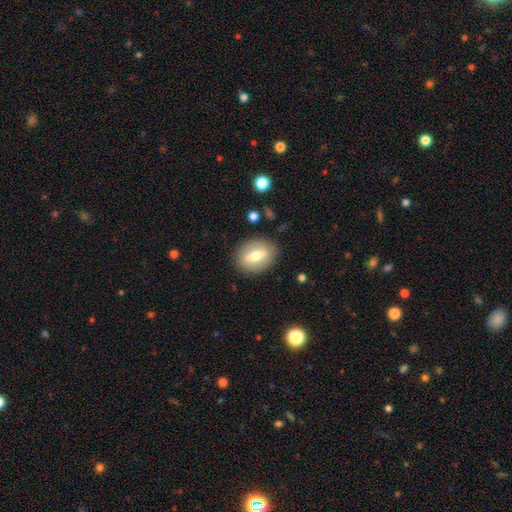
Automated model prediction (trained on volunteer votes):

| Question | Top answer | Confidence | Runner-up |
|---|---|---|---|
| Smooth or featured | smooth | 58% | featured or disk (35%) |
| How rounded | in between | 69% | round (28%) |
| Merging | none | 85% | minor disturbance (10%) |